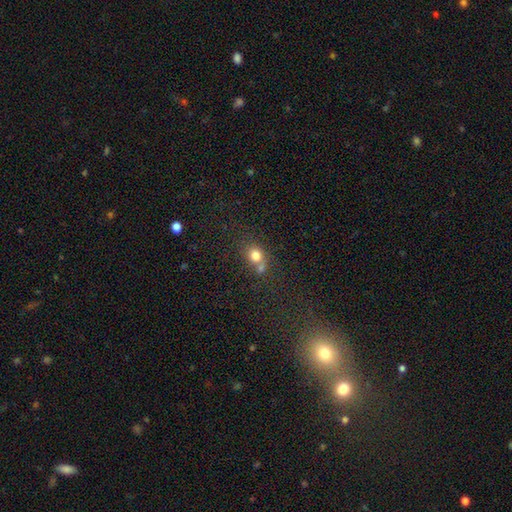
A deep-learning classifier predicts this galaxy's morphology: The model was most divided on "merging": none: 43%, merger: 40%, minor disturbance: 12%, major disturbance: 5%. More confident: smooth or featured — smooth (76%); how rounded — round (68%).